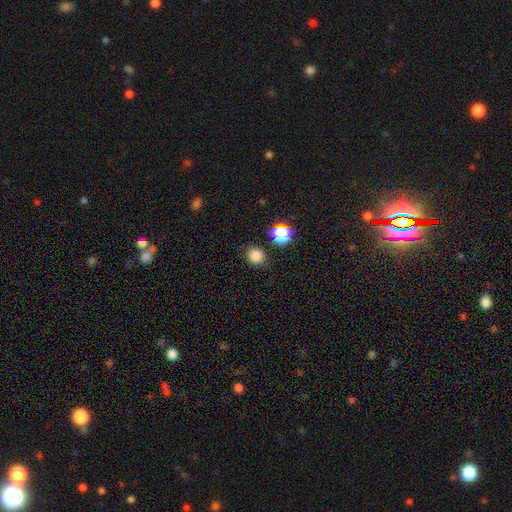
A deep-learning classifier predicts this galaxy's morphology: Smooth or featured? smooth (82%)
How rounded? round (87%)
Merging? none (85%)